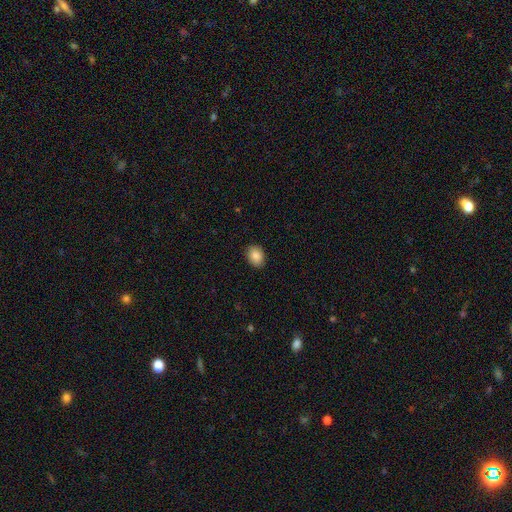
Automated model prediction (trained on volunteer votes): A smooth galaxy with no disk features (87%) that is in between round and cigar-shaped (65%).

Vote fractions:
- Smooth or featured? smooth: 87% / star or artifact: 8% / featured or disk: 5%
- How rounded? in between: 65% / round: 34% / cigar-shaped: 1%
- Merging? none: 89% / minor disturbance: 8% / major disturbance: 2% / merger: 1%